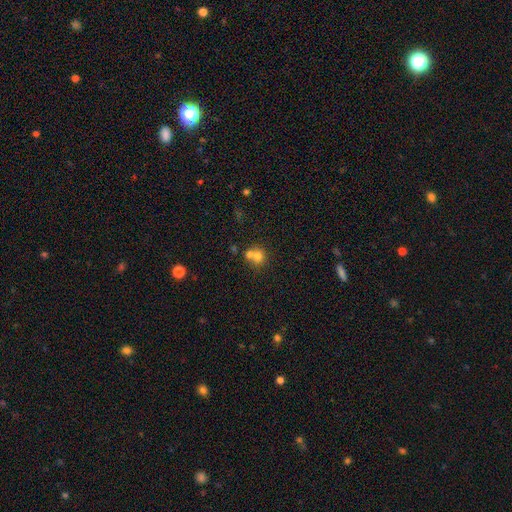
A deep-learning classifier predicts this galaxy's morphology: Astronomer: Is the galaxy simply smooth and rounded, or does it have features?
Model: smooth — 72%.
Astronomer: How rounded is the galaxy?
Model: round — 81%.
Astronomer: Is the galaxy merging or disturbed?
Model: merger — 53% (runner-up: none, 37%).